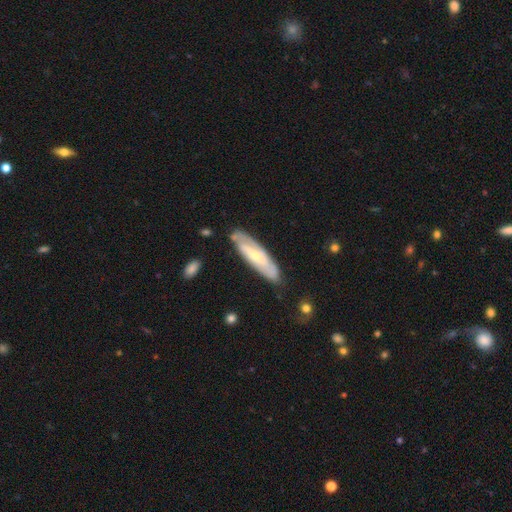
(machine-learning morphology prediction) This appears to be a featured or disk galaxy (64%). Merging: none (77%).